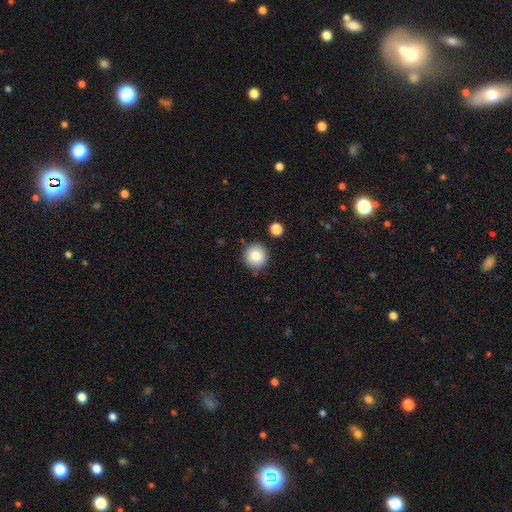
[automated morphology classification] This is clearly a smooth galaxy (84%). How rounded: clearly round (95%). Merging: clearly none (86%).